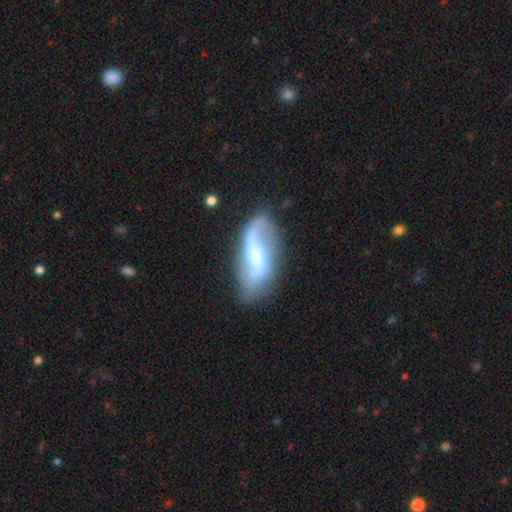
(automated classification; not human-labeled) Smooth or featured: featured or disk — 74% (smooth — 19%)
Edge-on disk: no — 93% (yes — 7%)
Bar: weak — 41% (strong — 38%)
Spiral arms: yes — 88% (no — 12%)
Spiral winding: loose — 80% (medium — 15%)
Spiral arm count: 2 — 83% (1 — 8%)
Bulge size: small — 37% (moderate — 36%)
Merging: none — 61% (minor disturbance — 22%)